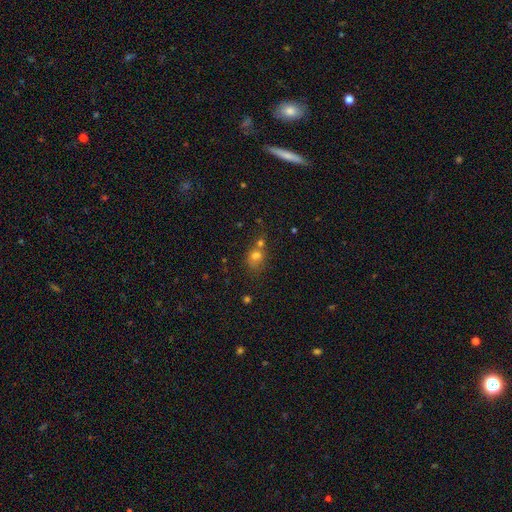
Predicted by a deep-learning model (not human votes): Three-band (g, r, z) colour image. It shows a smooth galaxy with no disk features (71%) that is round (65%). Merging: merger (43%).